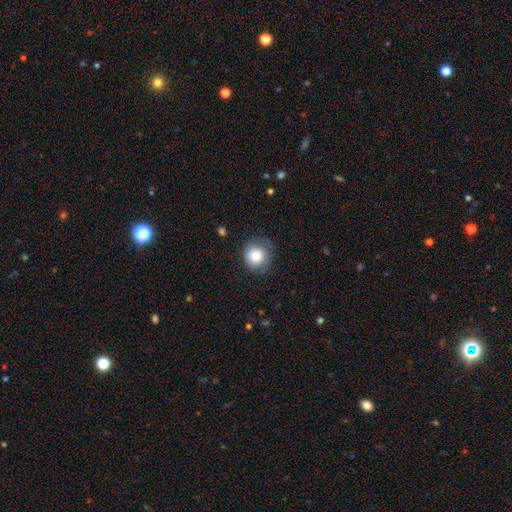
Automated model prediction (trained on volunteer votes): Q: Smooth or featured?
A: smooth (81%); runner-up: featured or disk (10%)
Q: How rounded?
A: round (90%); runner-up: in between (9%)
Q: Merging?
A: none (74%); runner-up: minor disturbance (19%)